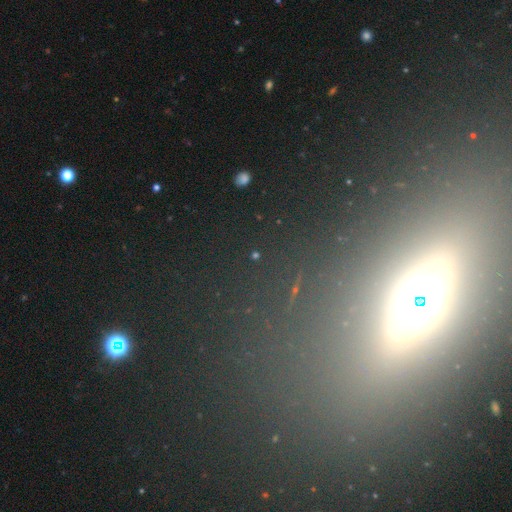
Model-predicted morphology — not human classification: The model was most divided on "smooth or featured": star or artifact: 68%, smooth: 20%, featured or disk: 12%.